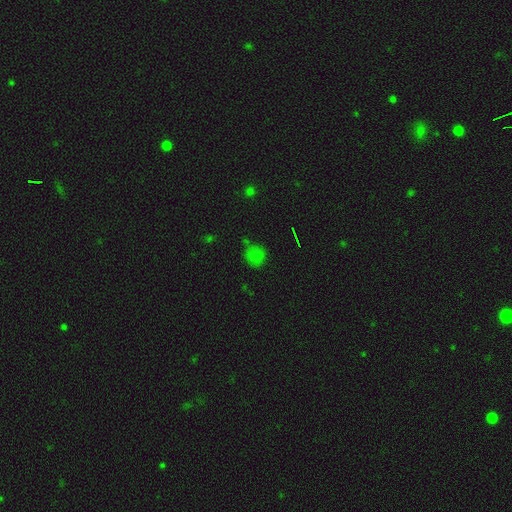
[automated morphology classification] A smooth galaxy with no disk features (69%) that is round (87%).

Vote fractions:
- Smooth or featured? smooth: 69% / star or artifact: 22% / featured or disk: 9%
- How rounded? round: 87% / in between: 11% / cigar-shaped: 1%
- Merging? none: 67% / minor disturbance: 21% / merger: 6% / major disturbance: 6%